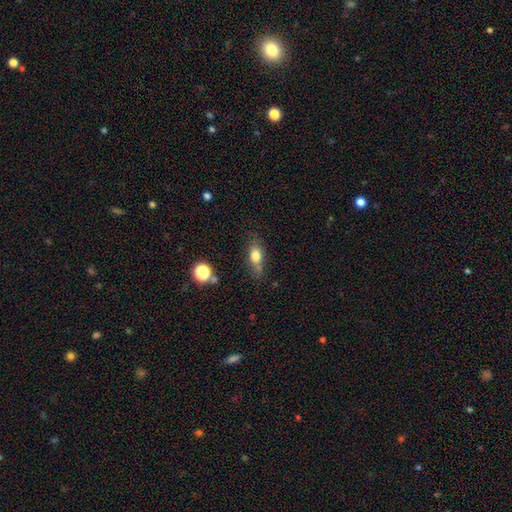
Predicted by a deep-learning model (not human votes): Overall: smooth (74%). How rounded: in between (73%). Merging: none (64%).